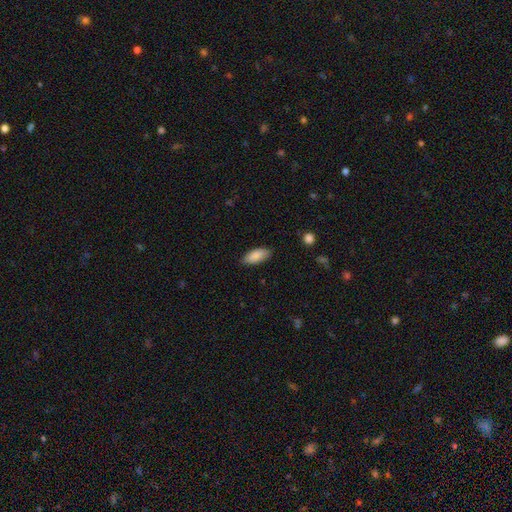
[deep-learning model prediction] Smooth or featured: smooth — 88% (star or artifact — 6%)
How rounded: in between — 86% (cigar-shaped — 13%)
Merging: none — 84% (minor disturbance — 13%)